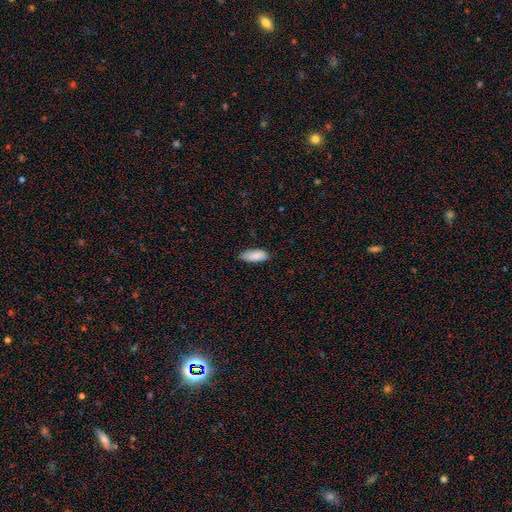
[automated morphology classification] smooth_or_featured: smooth (p=0.89) [alt: star or artifact p=0.06]
how_rounded: in between (p=0.79) [alt: cigar-shaped p=0.19]
merging: none (p=0.79) [alt: minor disturbance p=0.18]